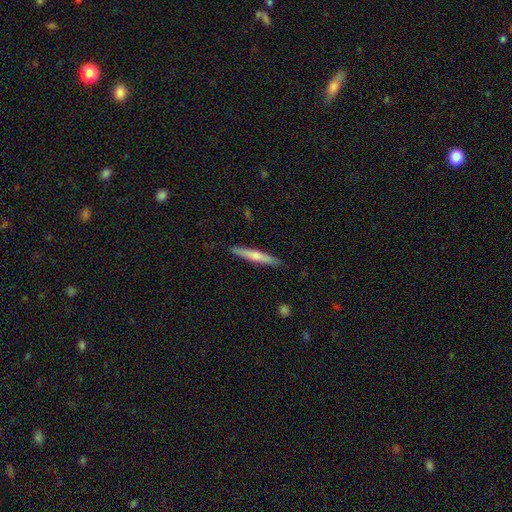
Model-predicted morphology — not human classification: A smooth galaxy with no disk features (57%) that is cigar-shaped (94%).

Vote fractions:
- Smooth or featured? smooth: 57% / featured or disk: 38% / star or artifact: 5%
- How rounded? cigar-shaped: 94% / in between: 5% / round: 1%
- Merging? none: 90% / minor disturbance: 7% / major disturbance: 1% / merger: 1%